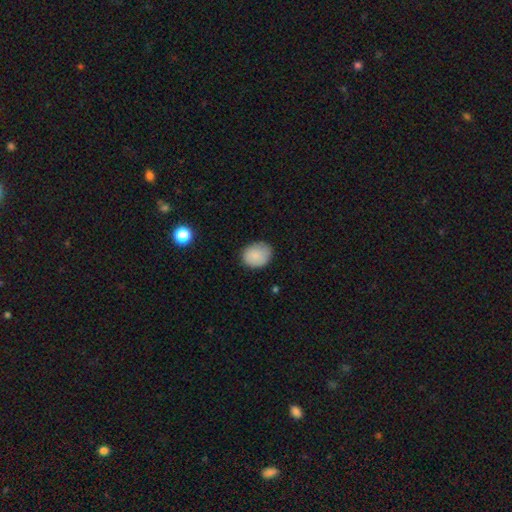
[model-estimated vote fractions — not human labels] Smooth or featured? Predicted: smooth (p=0.85). How rounded? Predicted: round (p=0.53). Merging? Predicted: none (p=0.77).